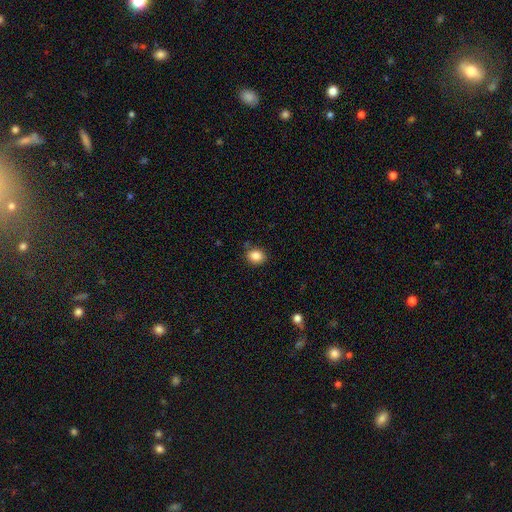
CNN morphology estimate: Smooth or featured? Predicted: smooth (p=0.86). How rounded? Predicted: round (p=0.59). Merging? Predicted: none (p=0.83).